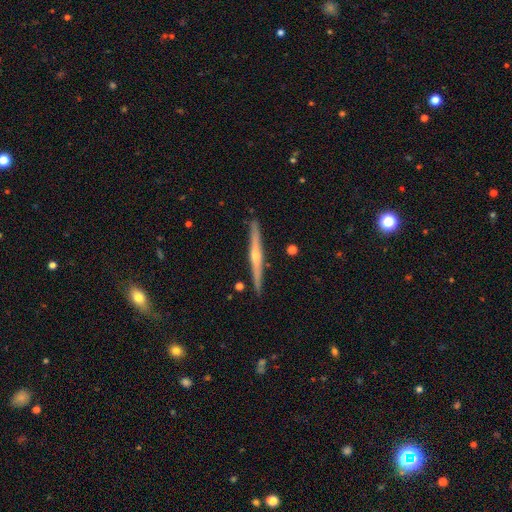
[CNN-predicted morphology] Smooth or featured? Predicted: featured or disk (p=0.79). Edge-on disk? Predicted: yes (p=0.98). Edge-on bulge? Predicted: rounded (p=0.86). Merging? Predicted: none (p=0.90).